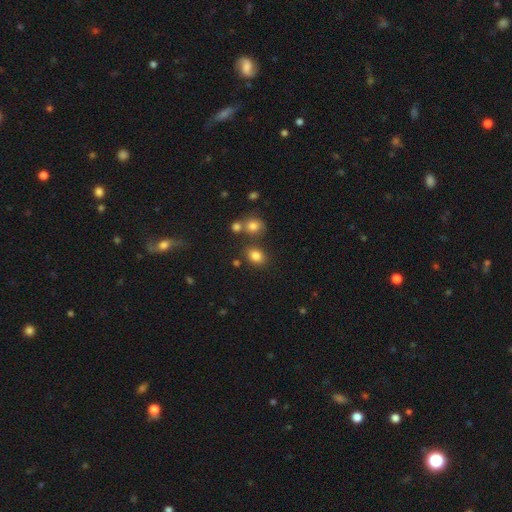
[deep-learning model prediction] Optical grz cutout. It shows a smooth galaxy with no disk features (81%) that is in between round and cigar-shaped (60%). Merging: none (72%).